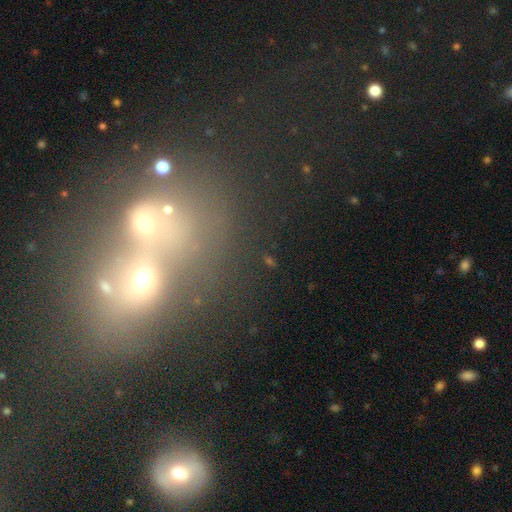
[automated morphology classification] Smooth or featured? star or artifact (38%, tied with smooth)